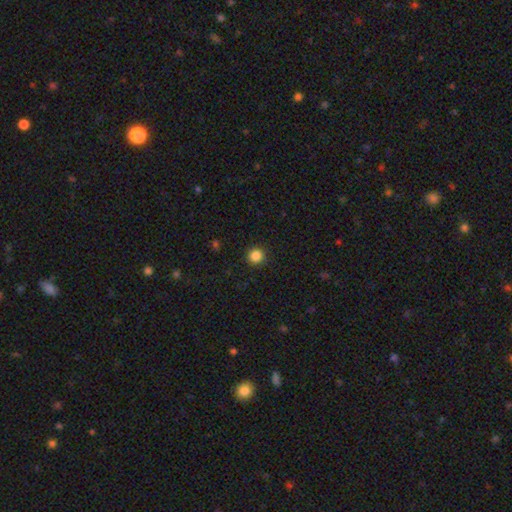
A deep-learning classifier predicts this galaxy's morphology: smooth_or_featured: smooth (p=0.86) [alt: star or artifact p=0.11]
how_rounded: round (p=0.95) [alt: in between p=0.04]
merging: none (p=0.92) [alt: minor disturbance p=0.05]